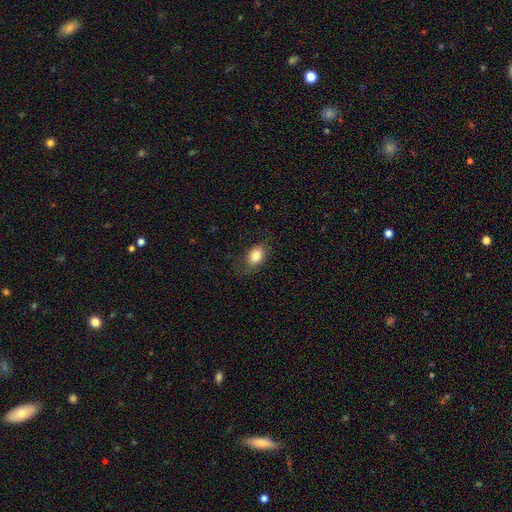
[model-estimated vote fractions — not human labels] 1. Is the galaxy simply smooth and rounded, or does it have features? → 82% smooth, 10% featured or disk, 8% star or artifact.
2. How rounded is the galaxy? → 84% in between, 14% round, 2% cigar-shaped.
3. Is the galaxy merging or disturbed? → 75% none, 18% minor disturbance, 6% major disturbance, 1% merger.